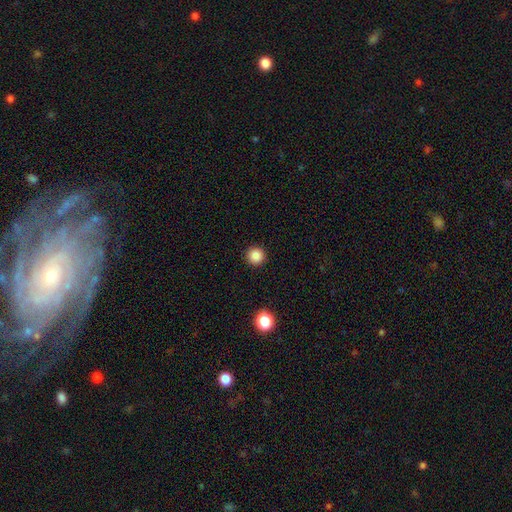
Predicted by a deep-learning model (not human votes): Overall: smooth (86%). How rounded: round (96%). Merging: none (93%).